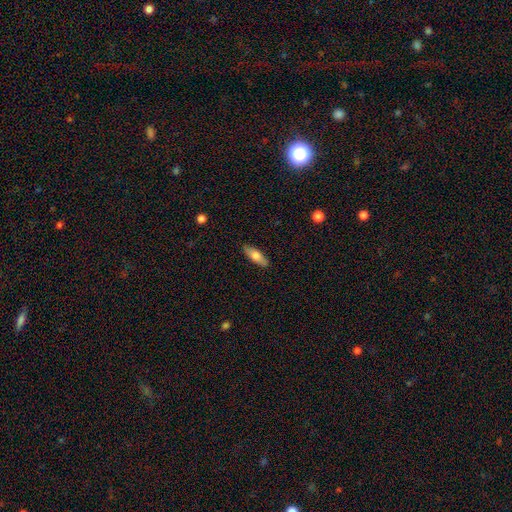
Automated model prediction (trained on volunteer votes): smooth-or-featured: smooth: 69% | featured or disk: 25% | star or artifact: 6%
  how-rounded: in between: 54% | cigar-shaped: 43% | round: 2%
  merging: none: 88% | minor disturbance: 9% | major disturbance: 2% | merger: 1%